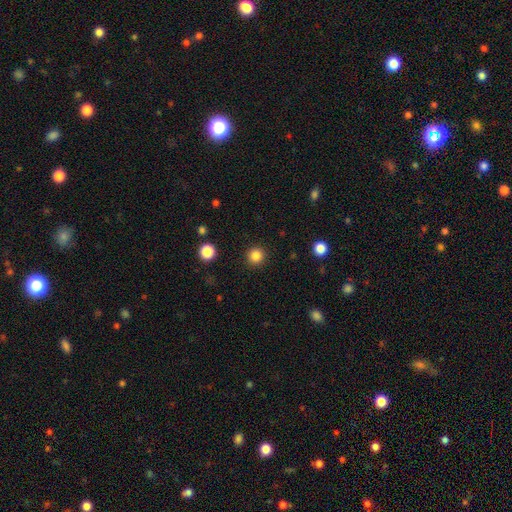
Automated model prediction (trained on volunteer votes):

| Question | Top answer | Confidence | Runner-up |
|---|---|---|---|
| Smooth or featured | smooth | 84% | star or artifact (12%) |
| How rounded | round | 95% | in between (4%) |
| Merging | none | 92% | minor disturbance (5%) |